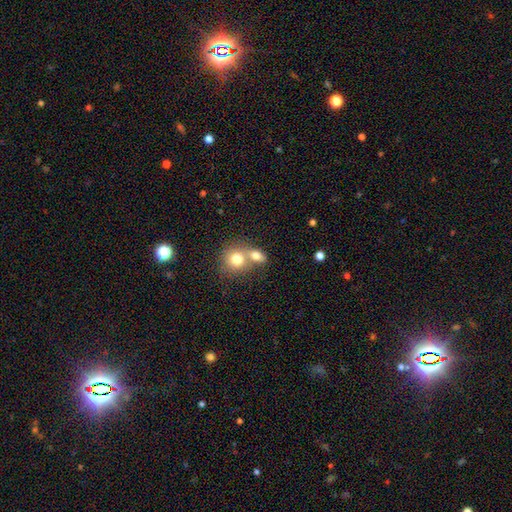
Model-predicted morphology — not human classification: Smooth or featured: smooth — 76% (featured or disk — 15%)
How rounded: round — 51% (in between — 47%)
Merging: merger — 62% (none — 28%)